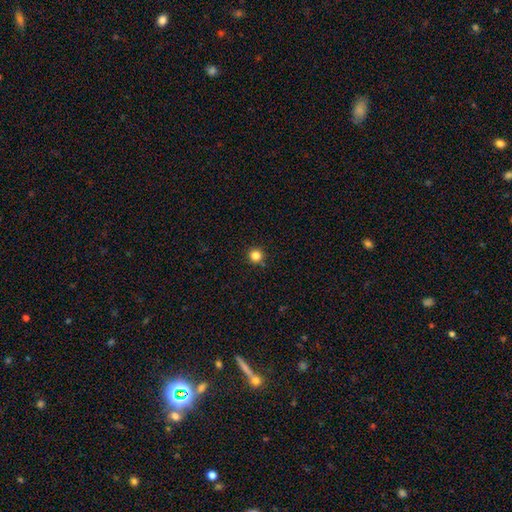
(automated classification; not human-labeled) Q: Smooth or featured?
A: smooth (83%); runner-up: star or artifact (13%)
Q: How rounded?
A: round (95%); runner-up: in between (4%)
Q: Merging?
A: none (90%); runner-up: minor disturbance (6%)